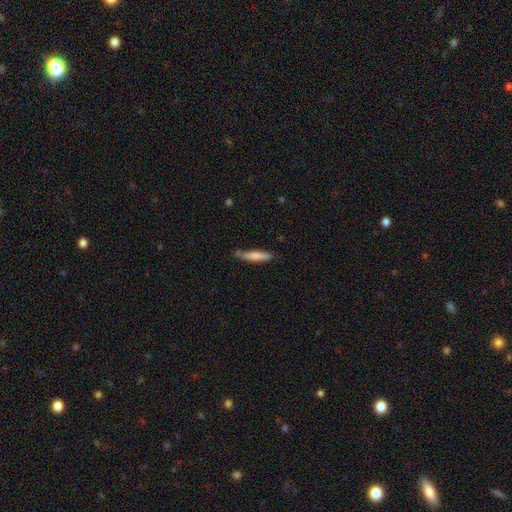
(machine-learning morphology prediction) A smooth galaxy with no disk features (75%) that is cigar-shaped (87%). Merging: none (75%).